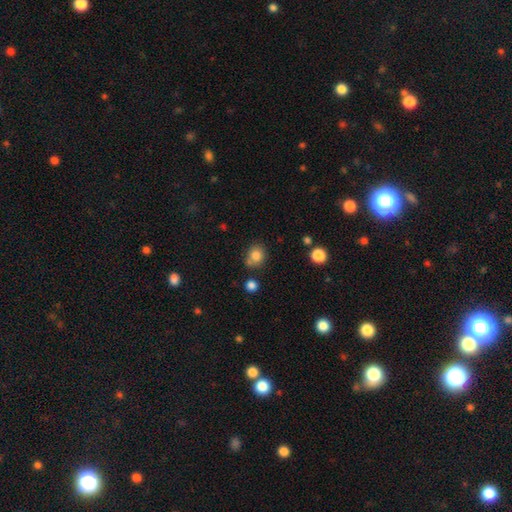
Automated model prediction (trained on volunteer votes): A smooth galaxy with no disk features (82%) that is round (70%).

Vote fractions:
- Smooth or featured? smooth: 82% / star or artifact: 11% / featured or disk: 7%
- How rounded? round: 70% / in between: 29% / cigar-shaped: 1%
- Merging? none: 67% / minor disturbance: 16% / merger: 13% / major disturbance: 4%